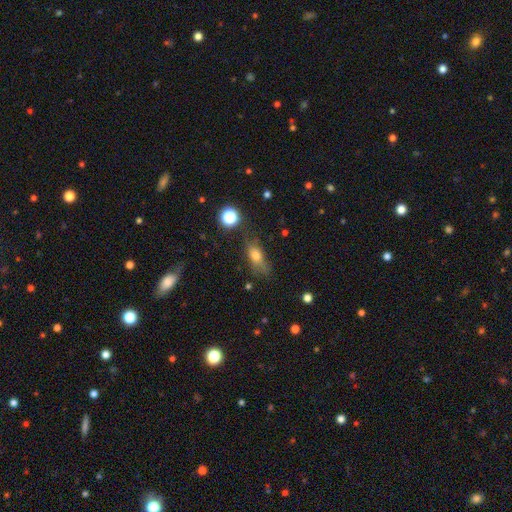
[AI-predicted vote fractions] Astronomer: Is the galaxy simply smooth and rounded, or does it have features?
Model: smooth — 69%.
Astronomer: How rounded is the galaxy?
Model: in between — 70%.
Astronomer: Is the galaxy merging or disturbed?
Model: none — 60%.